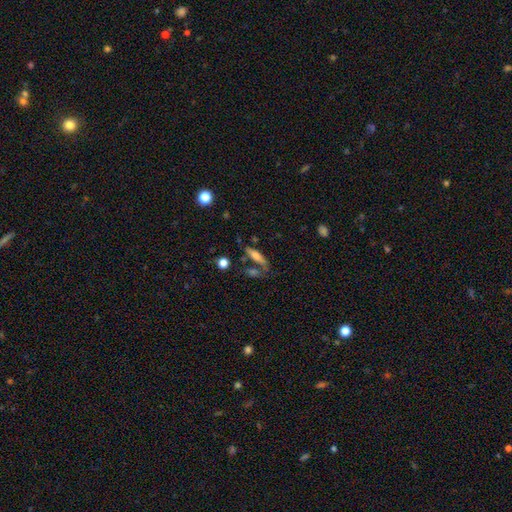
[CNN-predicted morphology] Smooth or featured: smooth — 64% (featured or disk — 27%)
How rounded: cigar-shaped — 62% (in between — 35%)
Merging: none — 54% (merger — 19%)